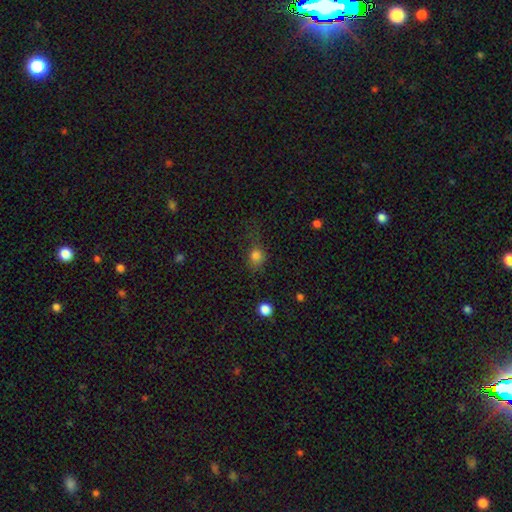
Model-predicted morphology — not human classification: Smooth or featured? smooth (80%)
How rounded? round (65%)
Merging? none (58%)